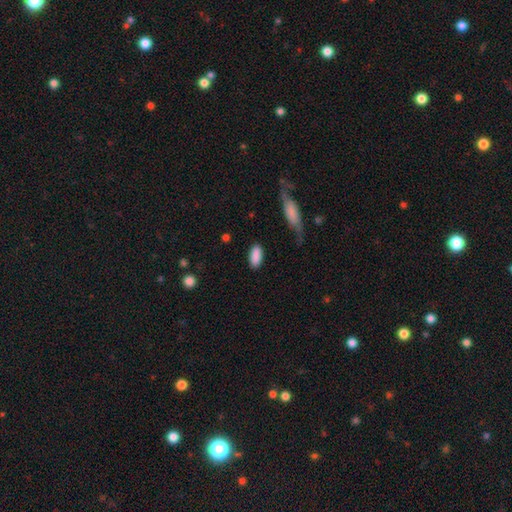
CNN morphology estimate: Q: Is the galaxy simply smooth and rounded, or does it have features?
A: smooth — 89%.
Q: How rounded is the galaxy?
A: in between — 90%.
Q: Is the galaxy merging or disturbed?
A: none — 82%.